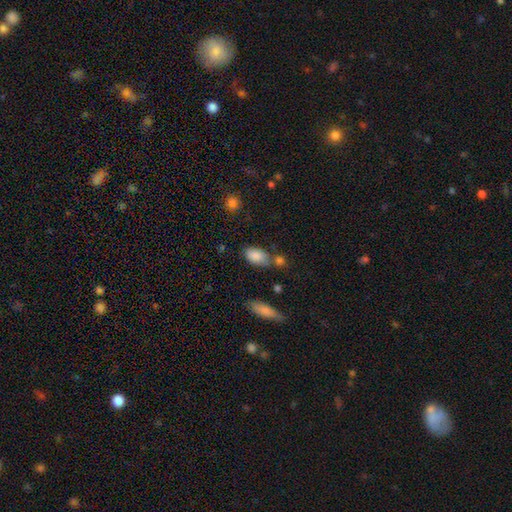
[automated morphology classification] Smooth or featured? smooth (86%)
How rounded? in between (91%)
Merging? none (57%)